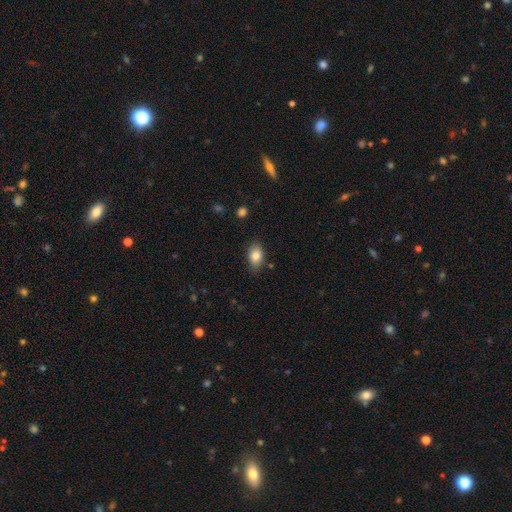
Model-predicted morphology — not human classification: type=smooth (84%); roundness=in between (87%); merging=none (81%).